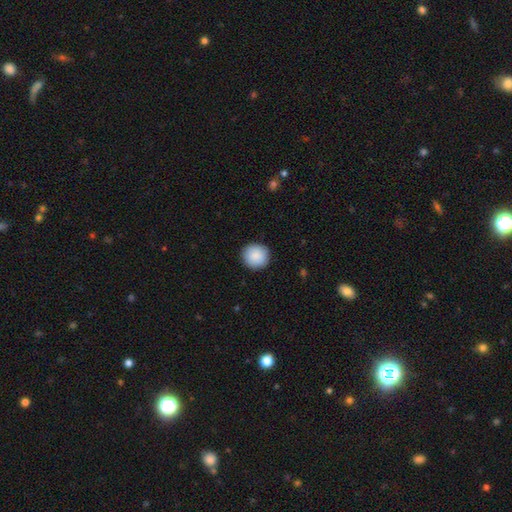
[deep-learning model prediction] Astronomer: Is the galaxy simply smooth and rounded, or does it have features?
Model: smooth — 90%.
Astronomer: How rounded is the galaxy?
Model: round — 95%.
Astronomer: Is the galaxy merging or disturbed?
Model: none — 92%.